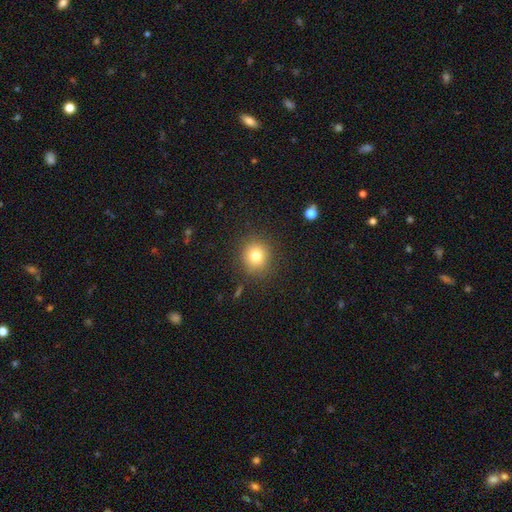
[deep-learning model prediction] Smooth or featured: smooth — 79% (star or artifact — 13%)
How rounded: round — 89% (in between — 10%)
Merging: none — 88% (minor disturbance — 8%)